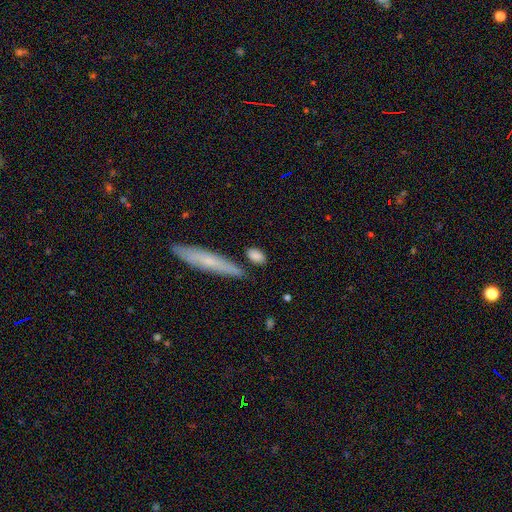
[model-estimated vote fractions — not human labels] smooth_or_featured: smooth (p=0.84) [alt: featured or disk p=0.10]
how_rounded: in between (p=0.78) [alt: cigar-shaped p=0.14]
merging: none (p=0.74) [alt: minor disturbance p=0.15]